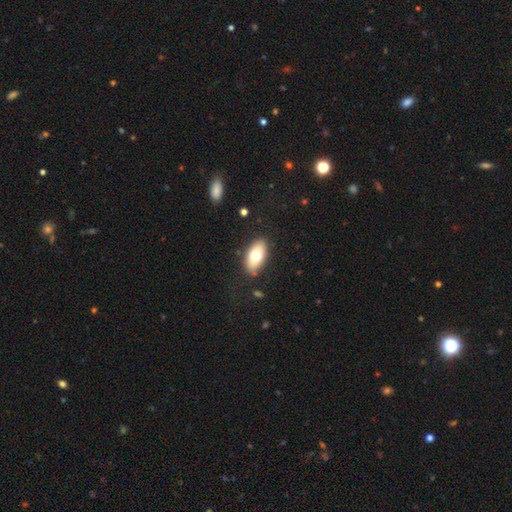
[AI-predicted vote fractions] Smooth or featured? smooth (71%)
How rounded? in between (91%)
Merging? none (84%)